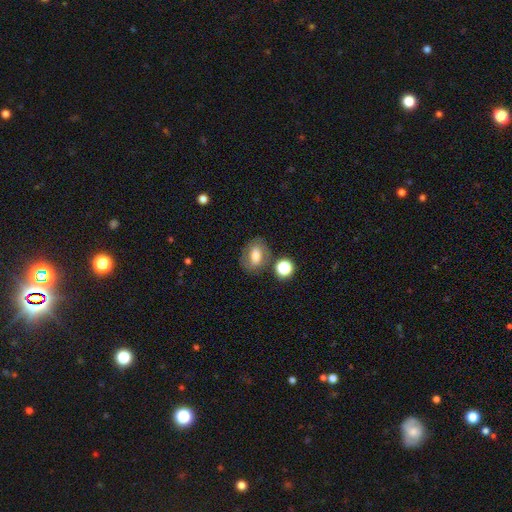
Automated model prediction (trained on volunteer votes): Overall: smooth (57%; featured or disk 31%). How rounded: in between (69%; round 29%). Merging: none (69%).